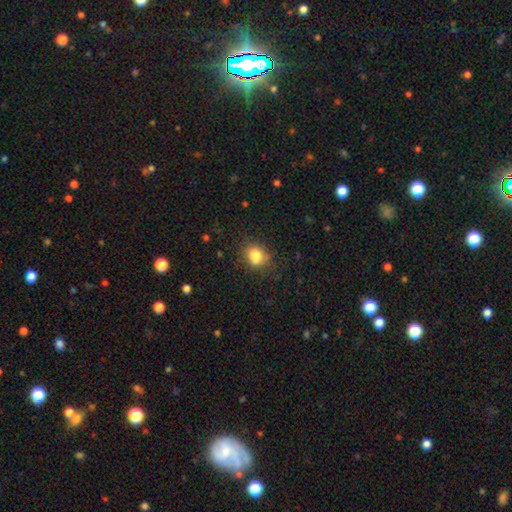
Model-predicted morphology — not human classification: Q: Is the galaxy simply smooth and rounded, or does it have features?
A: smooth — 81%.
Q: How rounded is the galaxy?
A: round — 57%.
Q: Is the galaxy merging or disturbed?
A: none — 72%.